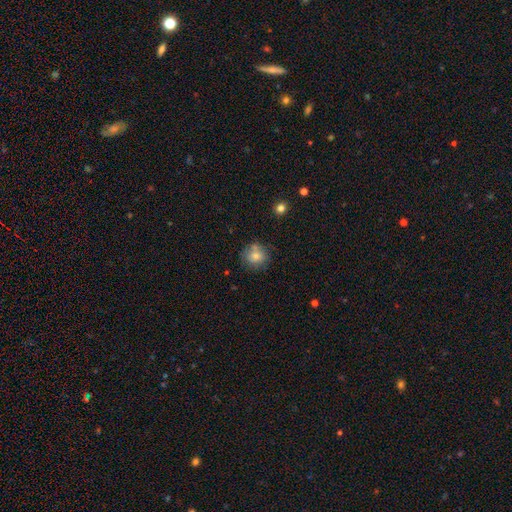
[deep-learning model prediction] A smooth galaxy with no disk features (75%) that is round (85%).

Vote fractions:
- Smooth or featured? smooth: 75% / featured or disk: 15% / star or artifact: 10%
- How rounded? round: 85% / in between: 14% / cigar-shaped: 1%
- Merging? none: 70% / minor disturbance: 18% / merger: 8% / major disturbance: 5%